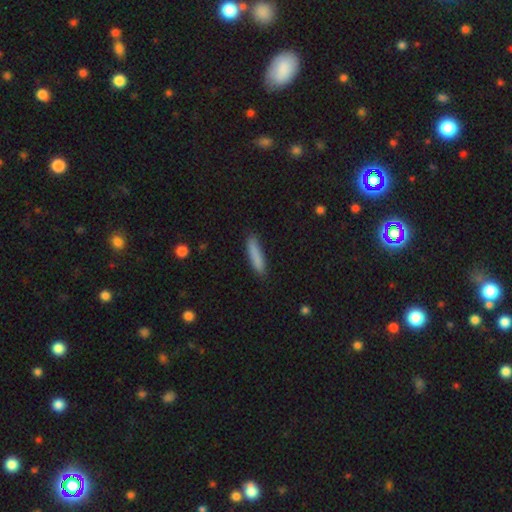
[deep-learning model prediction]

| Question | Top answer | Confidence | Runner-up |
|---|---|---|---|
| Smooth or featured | smooth | 85% | featured or disk (9%) |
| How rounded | cigar-shaped | 84% | in between (14%) |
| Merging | none | 85% | minor disturbance (12%) |